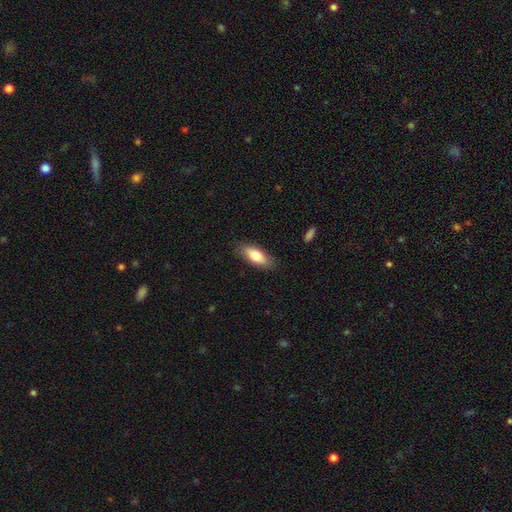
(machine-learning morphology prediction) smooth_or_featured: smooth (p=0.77) [alt: featured or disk p=0.17]
how_rounded: in between (p=0.78) [alt: cigar-shaped p=0.20]
merging: none (p=0.85) [alt: minor disturbance p=0.12]